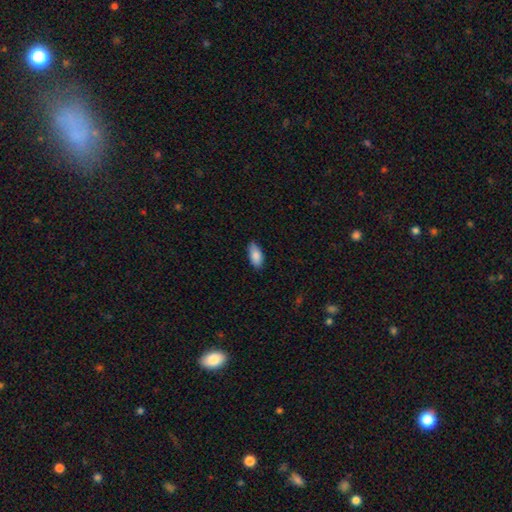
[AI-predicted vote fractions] This is clearly a smooth galaxy (87%). How rounded: clearly in between (91%). Merging: clearly none (84%).